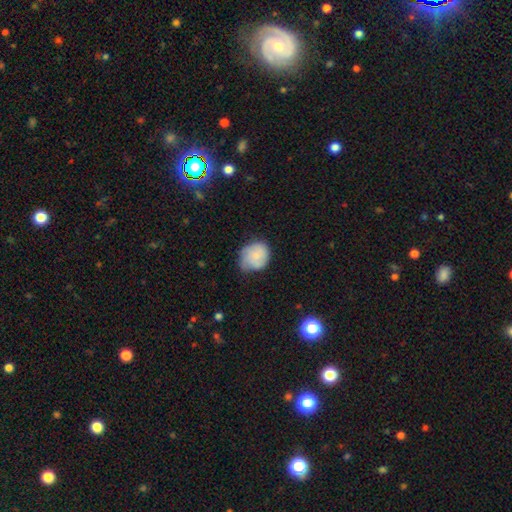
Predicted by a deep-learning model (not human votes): smooth-or-featured: smooth: 68% | featured or disk: 24% | star or artifact: 7%
  how-rounded: round: 69% | in between: 30% | cigar-shaped: 1%
  merging: none: 49% | minor disturbance: 39% | major disturbance: 11% | merger: 2%